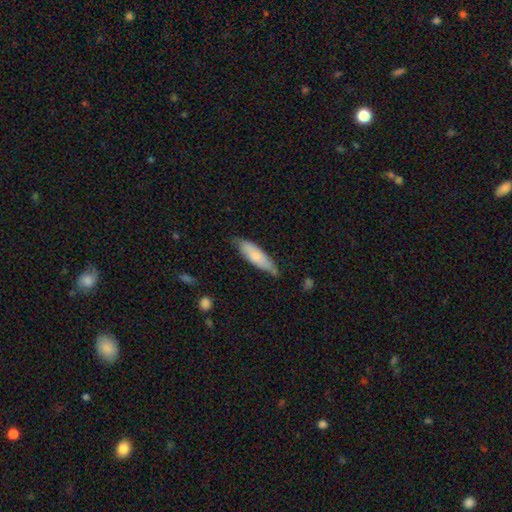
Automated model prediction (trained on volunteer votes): smooth-or-featured: smooth: 71% | featured or disk: 23% | star or artifact: 6%
  how-rounded: cigar-shaped: 54% | in between: 45% | round: 2%
  merging: none: 67% | minor disturbance: 26% | major disturbance: 4% | merger: 3%